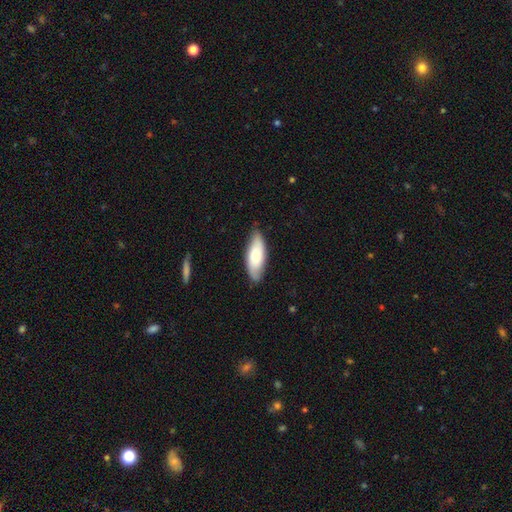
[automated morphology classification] smooth-or-featured: smooth: 69% | featured or disk: 25% | star or artifact: 5%
  how-rounded: in between: 70% | cigar-shaped: 28% | round: 2%
  merging: none: 79% | minor disturbance: 17% | major disturbance: 3% | merger: 1%